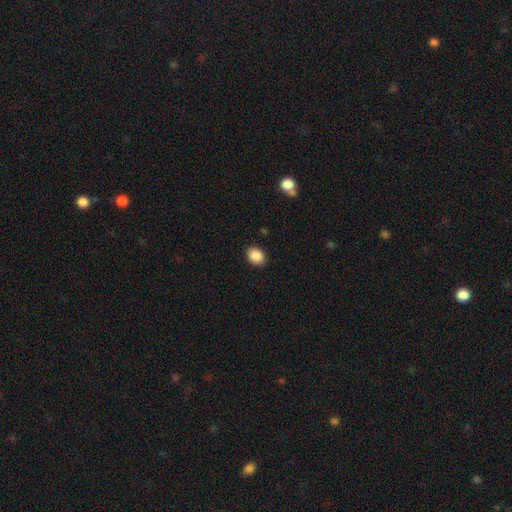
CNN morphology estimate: smooth-or-featured: smooth: 89% | star or artifact: 8% | featured or disk: 3%
  how-rounded: in between: 57% | round: 42% | cigar-shaped: 1%
  merging: none: 90% | minor disturbance: 7% | major disturbance: 2% | merger: 1%